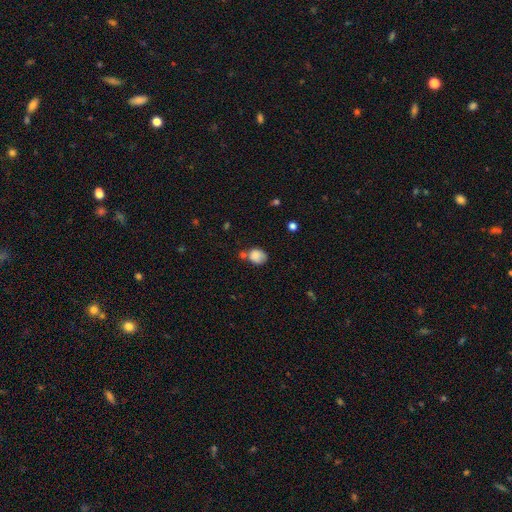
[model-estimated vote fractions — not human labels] smooth 82%, star or artifact 9%, featured or disk 9%. Down the decision tree: how rounded — in between (50%); merging — none (44%).